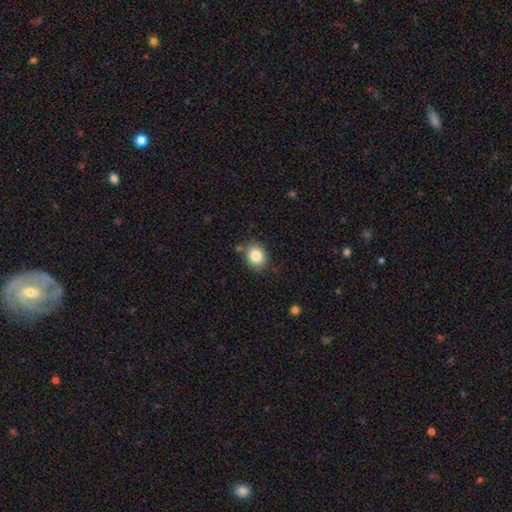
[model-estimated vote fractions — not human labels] The model was most divided on "how rounded": round: 56%, in between: 43%, cigar-shaped: 1%. More confident: smooth or featured — smooth (85%); merging — none (82%).